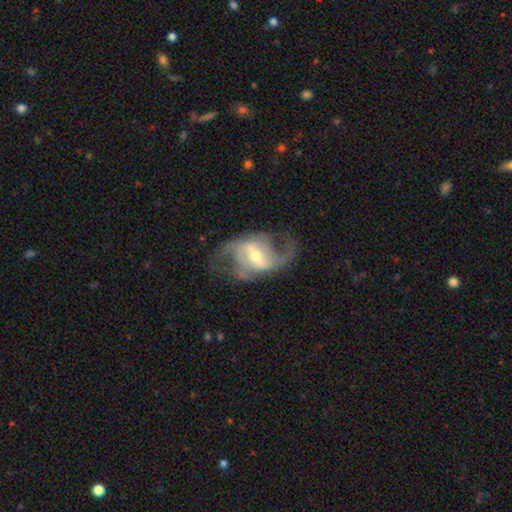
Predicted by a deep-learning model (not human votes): Q: Smooth or featured?
A: featured or disk (87%); runner-up: smooth (7%)
Q: Edge-on disk?
A: no (96%); runner-up: yes (4%)
Q: Bar?
A: weak (43%); runner-up: strong (41%)
Q: Spiral arms?
A: yes (93%); runner-up: no (7%)
Q: Spiral winding?
A: loose (49%); runner-up: medium (42%)
Q: Spiral arm count?
A: 2 (84%); runner-up: can't tell (6%)
Q: Bulge size?
A: moderate (53%); runner-up: small (40%)
Q: Merging?
A: none (63%); runner-up: major disturbance (18%)